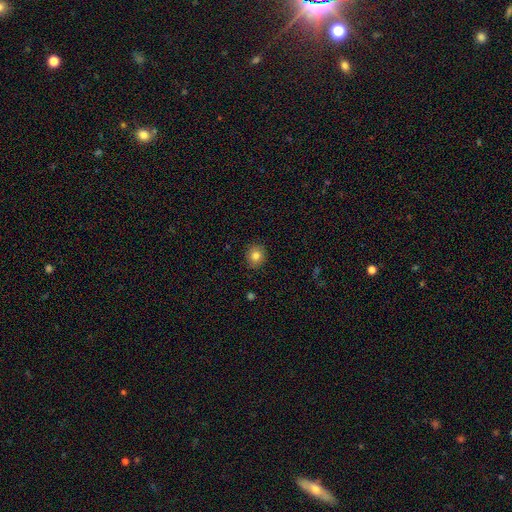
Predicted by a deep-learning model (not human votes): This appears to be a smooth galaxy with no disk features (82%) that is round (80%). Merging: none (90%).